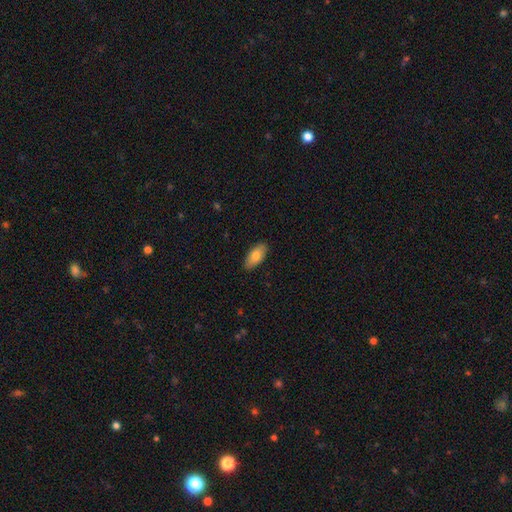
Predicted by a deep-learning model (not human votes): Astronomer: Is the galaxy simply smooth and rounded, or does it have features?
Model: smooth — 80%.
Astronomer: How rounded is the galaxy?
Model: in between — 90%.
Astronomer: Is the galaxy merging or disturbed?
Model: none — 87%.